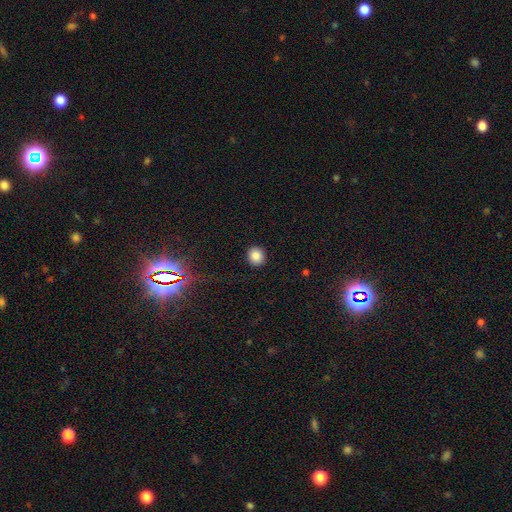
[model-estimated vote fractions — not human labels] smooth-or-featured: smooth: 85% | star or artifact: 11% | featured or disk: 5%
  how-rounded: round: 86% | in between: 13% | cigar-shaped: 1%
  merging: none: 92% | minor disturbance: 5% | major disturbance: 2% | merger: 1%